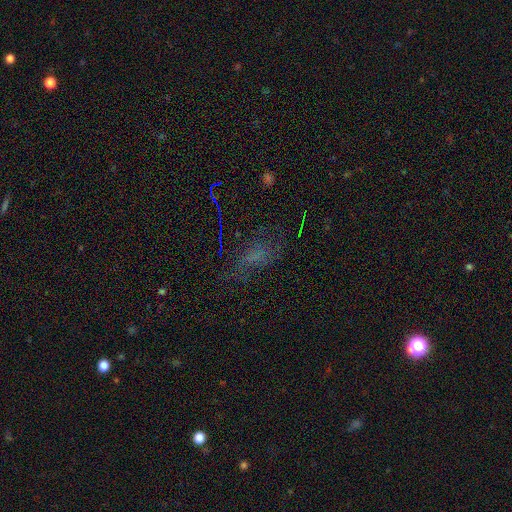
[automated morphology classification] smooth 42%, star or artifact 31%, featured or disk 27%. Down the decision tree: merging — none (51%).